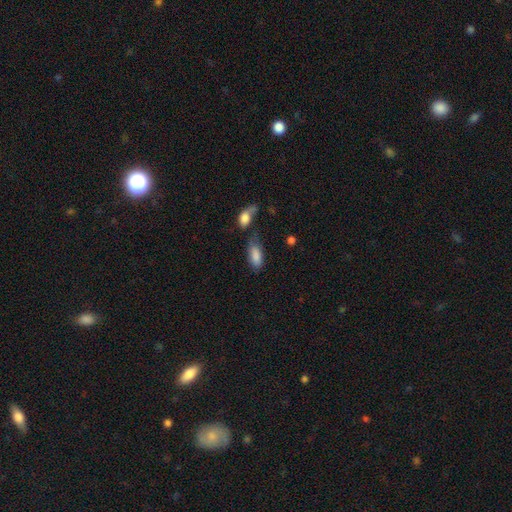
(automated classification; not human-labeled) smooth-or-featured: smooth: 86% | star or artifact: 7% | featured or disk: 7%
  how-rounded: in between: 86% | cigar-shaped: 11% | round: 3%
  merging: none: 47% | minor disturbance: 23% | merger: 19% | major disturbance: 11%